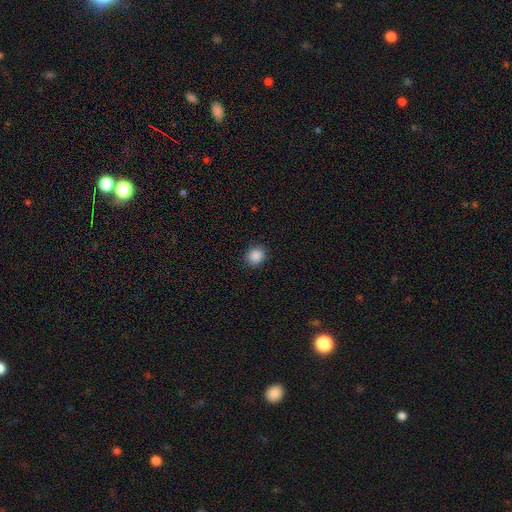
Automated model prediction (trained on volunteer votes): Smooth or featured: smooth — 87% (star or artifact — 10%)
How rounded: round — 75% (in between — 24%)
Merging: none — 90% (minor disturbance — 7%)